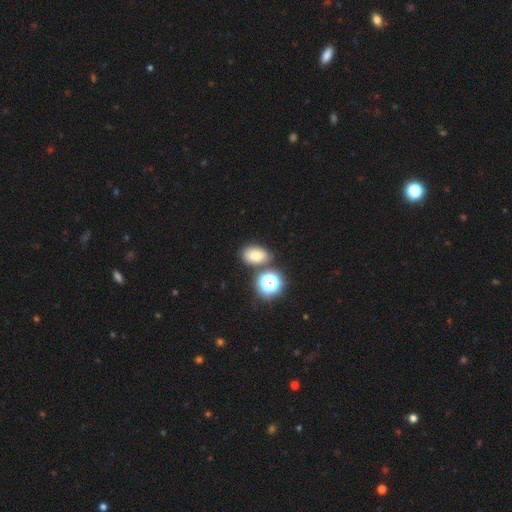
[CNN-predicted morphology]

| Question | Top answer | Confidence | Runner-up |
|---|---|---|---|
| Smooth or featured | smooth | 71% | star or artifact (19%) |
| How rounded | in between | 74% | round (24%) |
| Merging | none | 73% | minor disturbance (12%) |